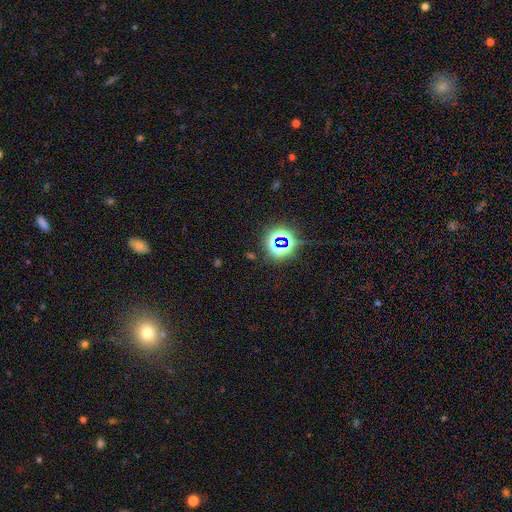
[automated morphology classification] Smooth or featured?
  - star or artifact: 76% *
  - smooth: 17%
  - featured or disk: 8%